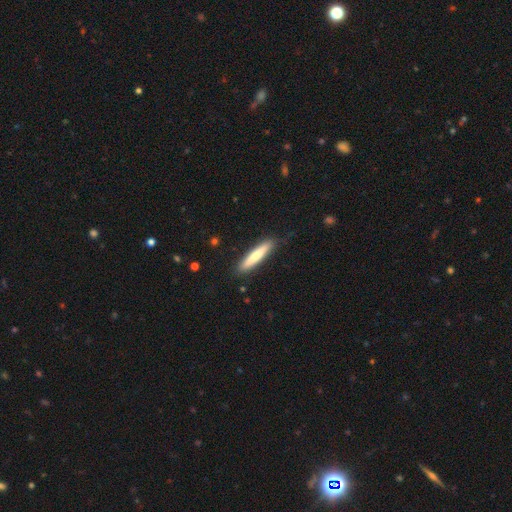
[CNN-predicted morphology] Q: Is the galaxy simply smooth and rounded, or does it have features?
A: smooth — 71%.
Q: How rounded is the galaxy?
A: cigar-shaped — 89%.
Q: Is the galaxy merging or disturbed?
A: none — 85%.